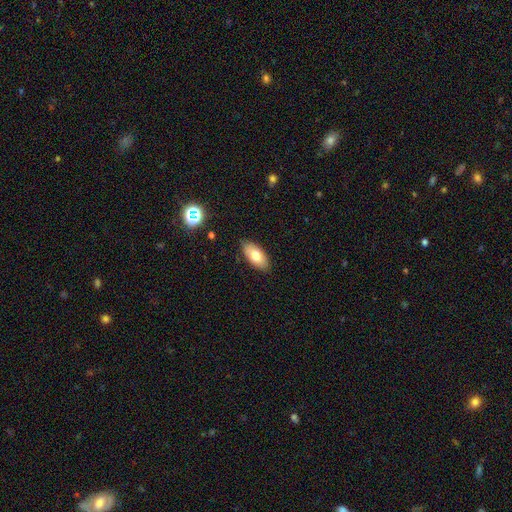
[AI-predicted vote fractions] smooth_or_featured: smooth (p=0.73) [alt: featured or disk p=0.20]
how_rounded: in between (p=0.92) [alt: cigar-shaped p=0.05]
merging: none (p=0.86) [alt: minor disturbance p=0.11]